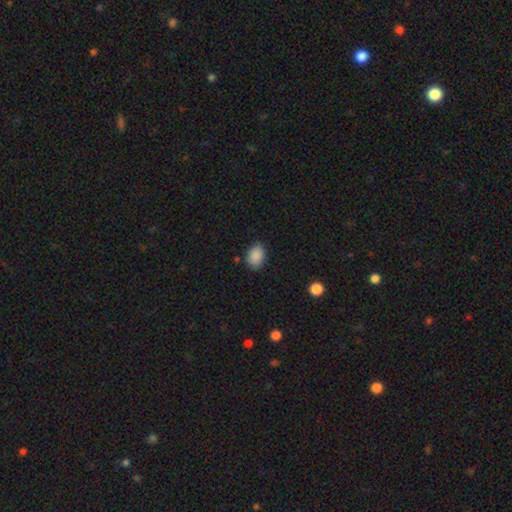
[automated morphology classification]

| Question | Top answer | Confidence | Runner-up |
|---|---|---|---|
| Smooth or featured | smooth | 89% | star or artifact (8%) |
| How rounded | in between | 77% | round (22%) |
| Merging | none | 82% | minor disturbance (13%) |